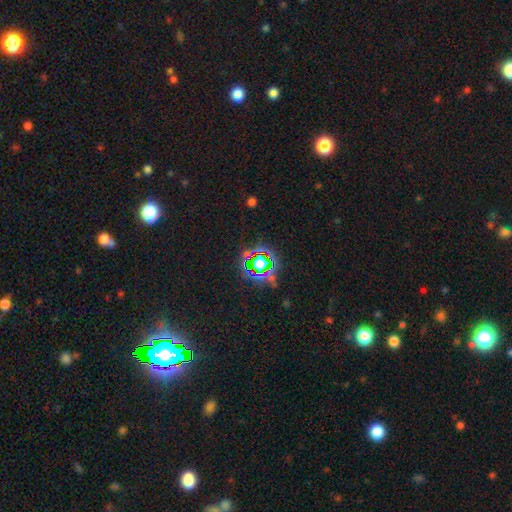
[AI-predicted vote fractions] Smooth or featured: star or artifact — 70% (smooth — 19%)